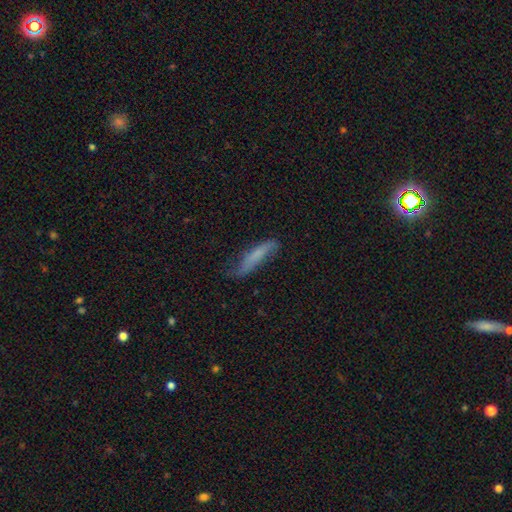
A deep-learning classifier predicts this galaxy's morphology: This is possibly a smooth galaxy (60%). How rounded: clearly cigar-shaped (81%). Merging: possibly none (52%).